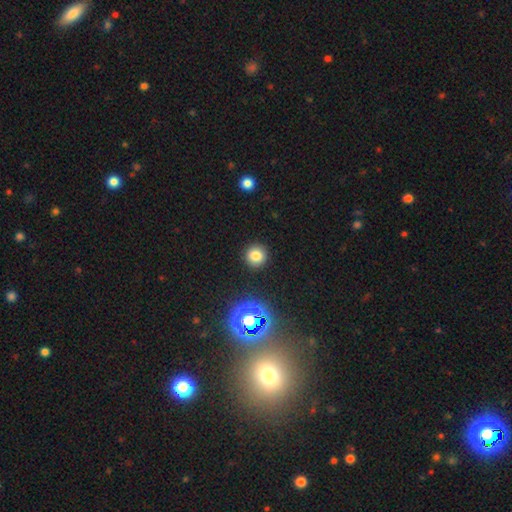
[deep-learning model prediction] Smooth or featured: smooth — 78% (star or artifact — 16%)
How rounded: round — 92% (in between — 7%)
Merging: none — 91% (minor disturbance — 5%)